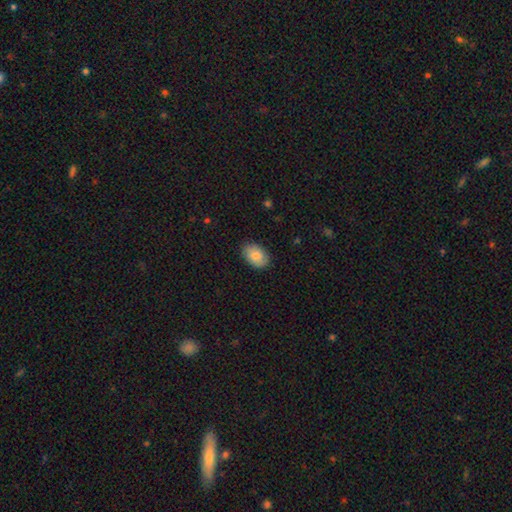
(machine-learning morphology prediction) smooth_or_featured: smooth (p=0.83) [alt: featured or disk p=0.11]
how_rounded: in between (p=0.89) [alt: round p=0.10]
merging: none (p=0.86) [alt: minor disturbance p=0.11]